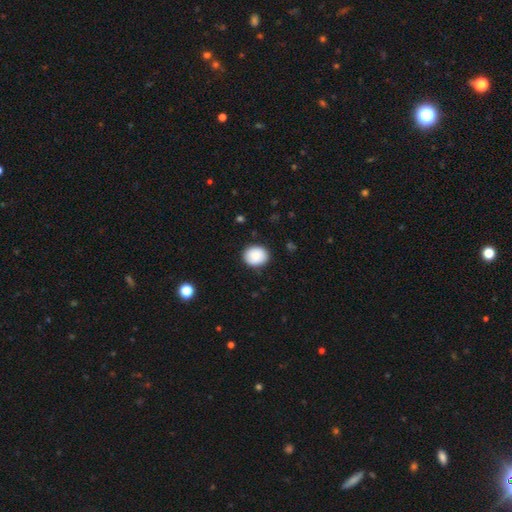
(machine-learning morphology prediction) smooth 88%, star or artifact 7%, featured or disk 5%. Down the decision tree: how rounded — round (66%); merging — none (87%).